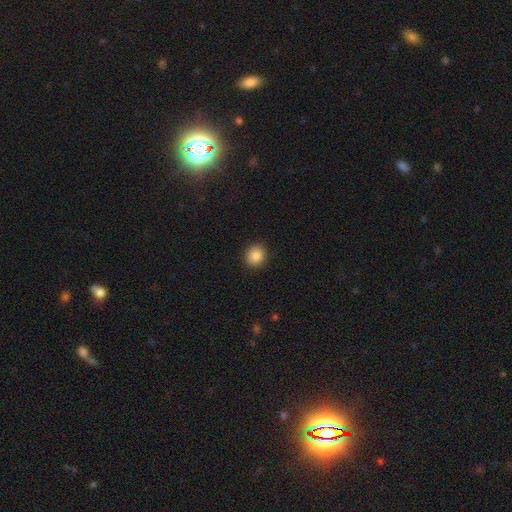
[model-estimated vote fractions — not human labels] Smooth or featured: smooth — 86% (star or artifact — 9%)
How rounded: round — 82% (in between — 17%)
Merging: none — 91% (minor disturbance — 6%)